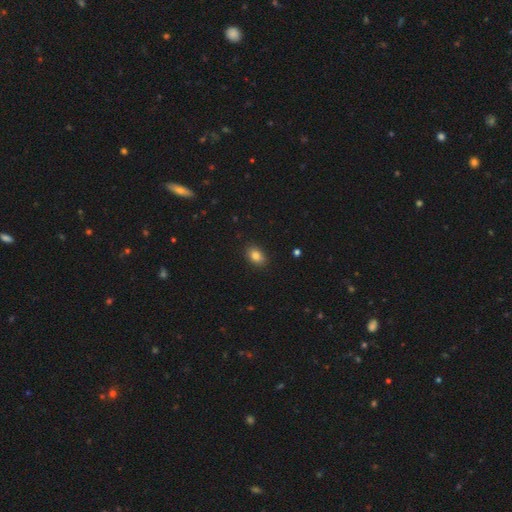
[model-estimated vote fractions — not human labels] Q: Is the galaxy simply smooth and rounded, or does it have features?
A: smooth — 83%.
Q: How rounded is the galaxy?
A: in between — 77%.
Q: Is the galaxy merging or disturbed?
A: none — 88%.